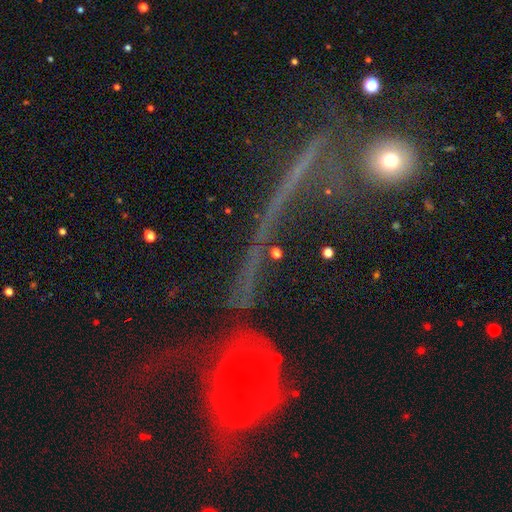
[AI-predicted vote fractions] smooth-or-featured: star or artifact: 41% (tied) | featured or disk: 41% (tied) | smooth: 18%